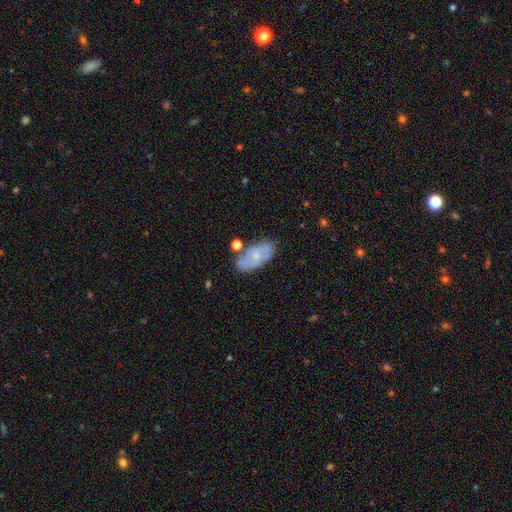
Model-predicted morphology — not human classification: featured or disk 53%, smooth 40%, star or artifact 7%. Down the decision tree: edge-on disk — no (92%); merging — none (67%).